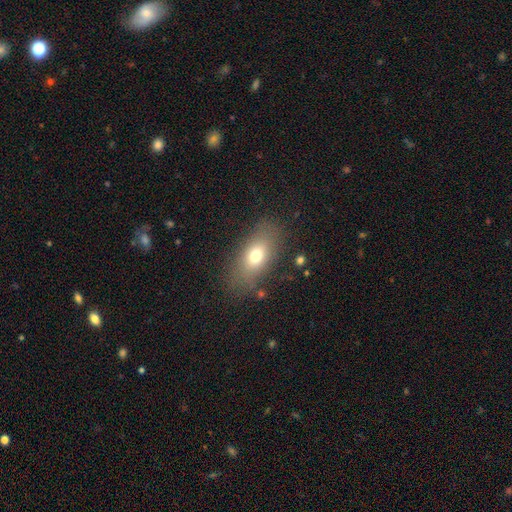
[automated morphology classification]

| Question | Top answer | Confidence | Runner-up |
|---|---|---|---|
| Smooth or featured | smooth | 71% | featured or disk (18%) |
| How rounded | in between | 82% | round (10%) |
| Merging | none | 78% | minor disturbance (13%) |